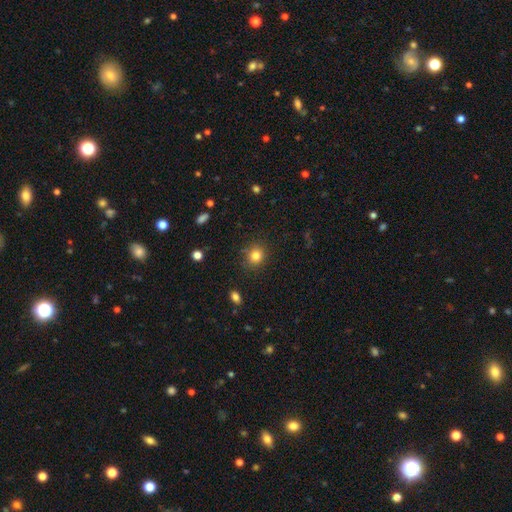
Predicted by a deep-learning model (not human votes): A smooth galaxy with no disk features (82%) that is round (79%). Merging: none (85%).